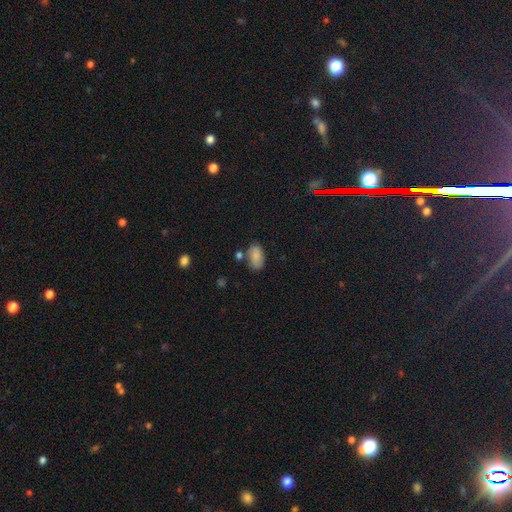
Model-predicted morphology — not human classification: smooth 83%, featured or disk 9%, star or artifact 8%. Down the decision tree: how rounded — in between (91%); merging — none (64%).